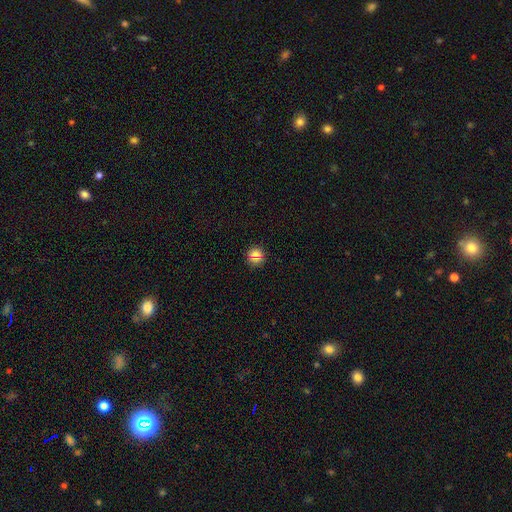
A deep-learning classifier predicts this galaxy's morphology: Smooth or featured? smooth (77%)
How rounded? round (93%)
Merging? none (87%)